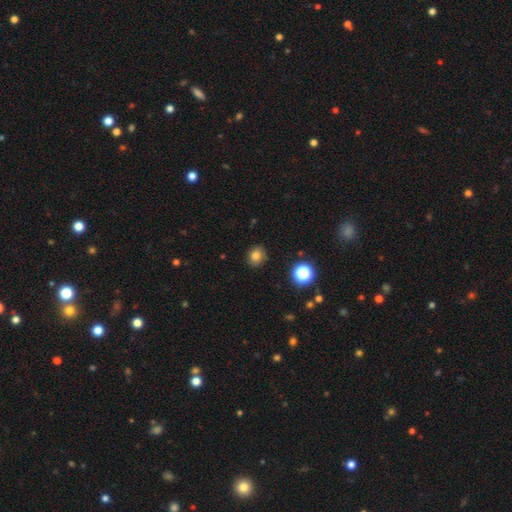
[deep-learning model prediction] smooth-or-featured: smooth: 80% | star or artifact: 14% | featured or disk: 6%
  how-rounded: round: 72% | in between: 27% | cigar-shaped: 1%
  merging: none: 84% | minor disturbance: 12% | major disturbance: 3% | merger: 1%